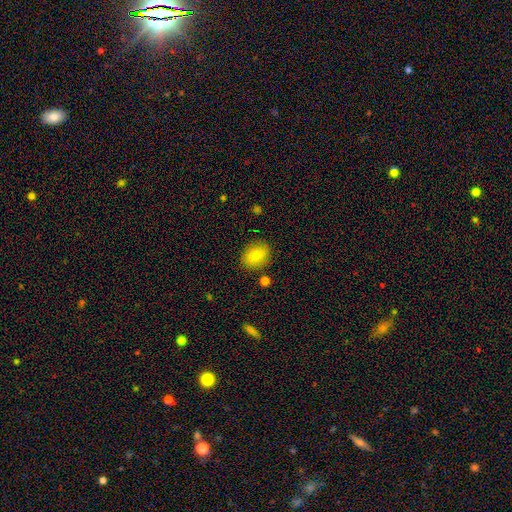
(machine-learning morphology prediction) Overall: smooth (80%). How rounded: in between (60%; round 39%). Merging: none (84%).